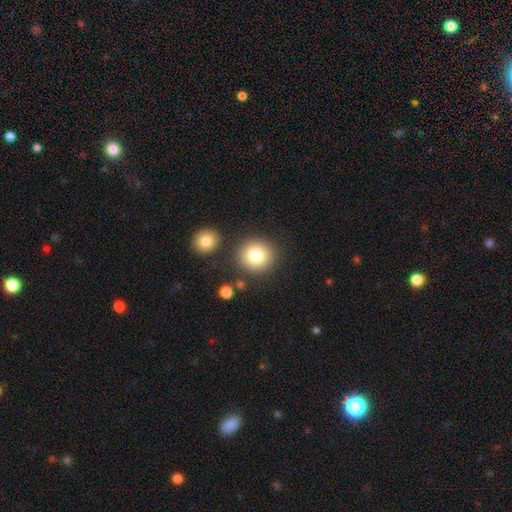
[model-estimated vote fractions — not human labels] Morphology: type=smooth (82%); roundness=round (90%); merging=none (83%).